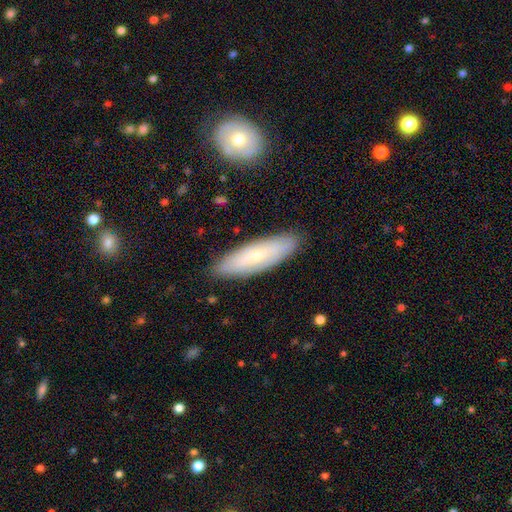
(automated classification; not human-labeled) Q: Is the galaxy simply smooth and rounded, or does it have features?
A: smooth — 59%.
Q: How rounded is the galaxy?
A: cigar-shaped — 49%, tied with in between.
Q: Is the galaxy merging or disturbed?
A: none — 86%.